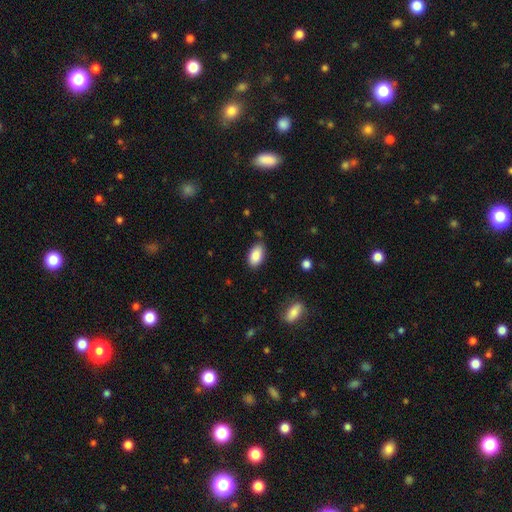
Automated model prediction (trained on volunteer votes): Q: Smooth or featured?
A: smooth (88%); runner-up: star or artifact (7%)
Q: How rounded?
A: in between (93%); runner-up: round (5%)
Q: Merging?
A: none (80%); runner-up: minor disturbance (15%)